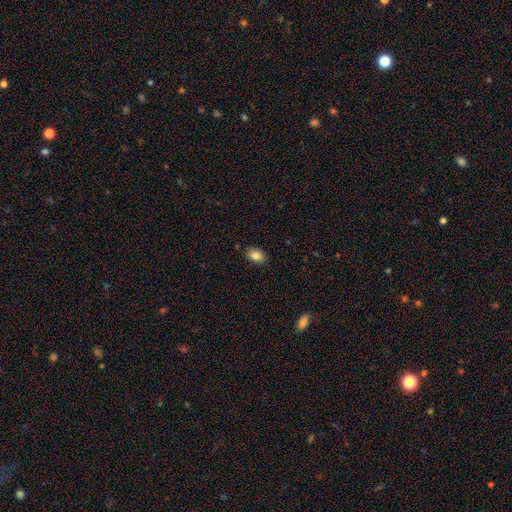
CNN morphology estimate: smooth 85%, star or artifact 9%, featured or disk 7%. Down the decision tree: how rounded — in between (78%); merging — none (88%).